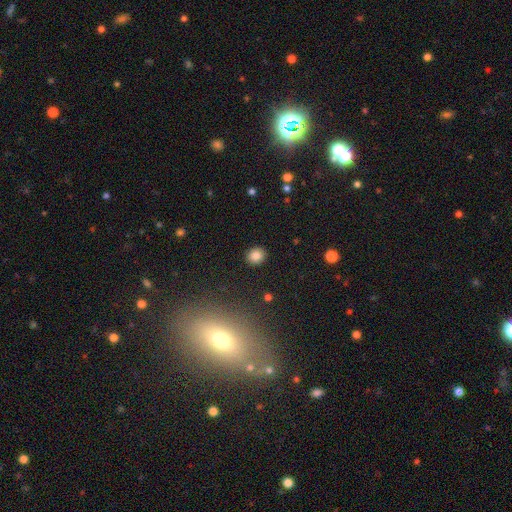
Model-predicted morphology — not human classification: Q: Smooth or featured?
A: smooth (85%); runner-up: star or artifact (11%)
Q: How rounded?
A: round (81%); runner-up: in between (18%)
Q: Merging?
A: none (91%); runner-up: minor disturbance (6%)